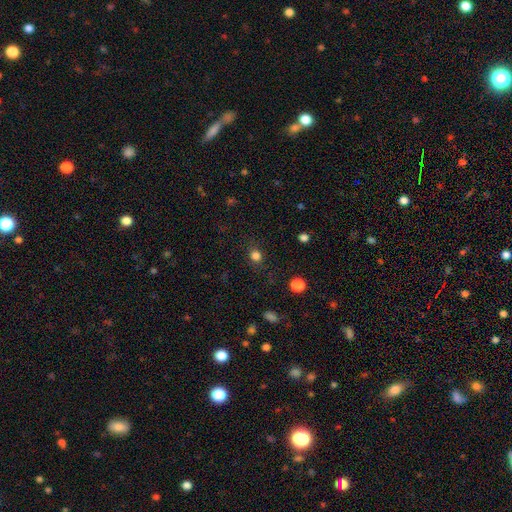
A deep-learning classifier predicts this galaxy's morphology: type=smooth (80%); roundness=round (78%); merging=none (83%).